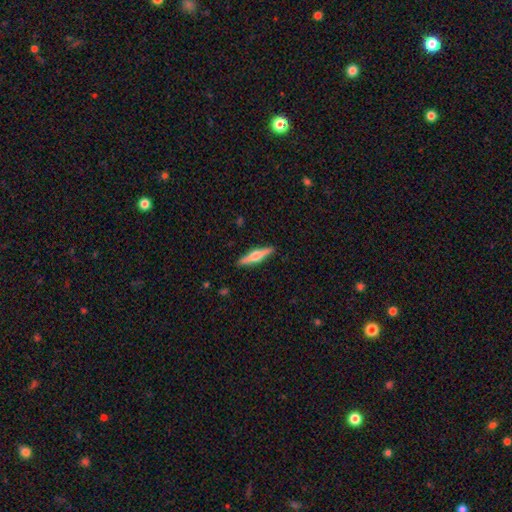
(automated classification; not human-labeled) Smooth or featured? featured or disk (64%)
Edge-on disk? yes (98%)
Edge-on bulge? rounded (90%)
Merging? none (91%)